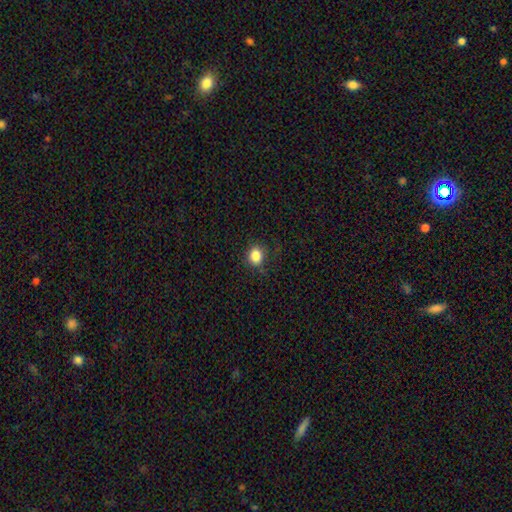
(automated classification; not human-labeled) Smooth or featured? smooth (84%)
How rounded? round (72%)
Merging? none (83%)